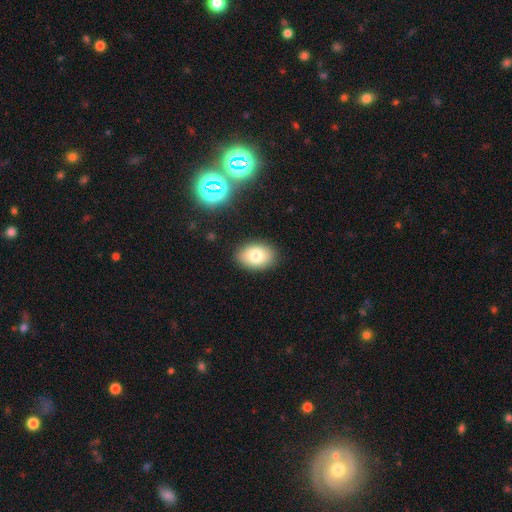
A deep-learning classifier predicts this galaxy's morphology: A smooth galaxy with no disk features (77%) that is in between round and cigar-shaped (83%). Merging: none (87%).